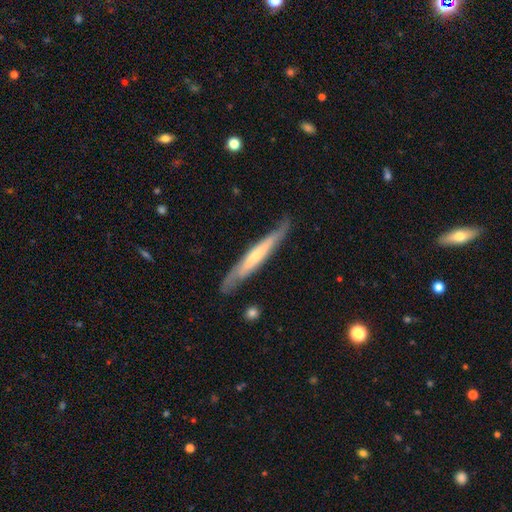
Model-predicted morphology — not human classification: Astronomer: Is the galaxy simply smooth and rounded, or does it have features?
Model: featured or disk — 60% (runner-up: smooth, 36%).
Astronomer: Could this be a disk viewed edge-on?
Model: yes — 82%.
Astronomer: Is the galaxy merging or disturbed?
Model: none — 77%.